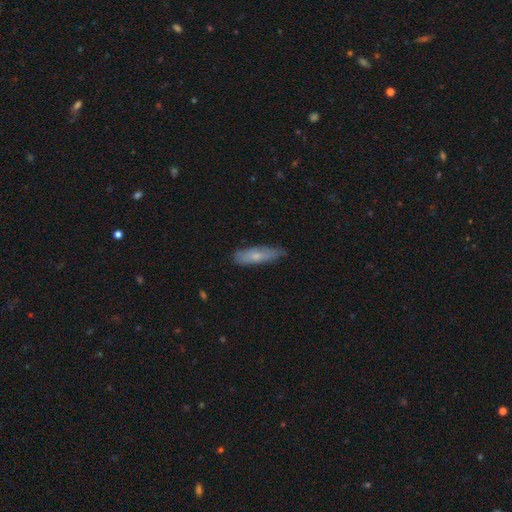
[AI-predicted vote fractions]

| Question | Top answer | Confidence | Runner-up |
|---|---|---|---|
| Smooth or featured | smooth | 63% | featured or disk (31%) |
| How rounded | cigar-shaped | 65% | in between (33%) |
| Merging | none | 75% | minor disturbance (21%) |